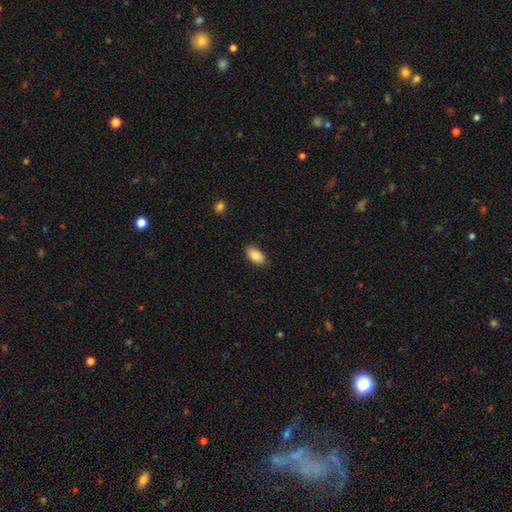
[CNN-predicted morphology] Smooth or featured?
  - smooth: 88% *
  - star or artifact: 7%
  - featured or disk: 6%
How rounded?
  - in between: 94% *
  - cigar-shaped: 3%
  - round: 3%
Merging?
  - none: 86% *
  - minor disturbance: 11%
  - major disturbance: 2%
  - merger: 1%